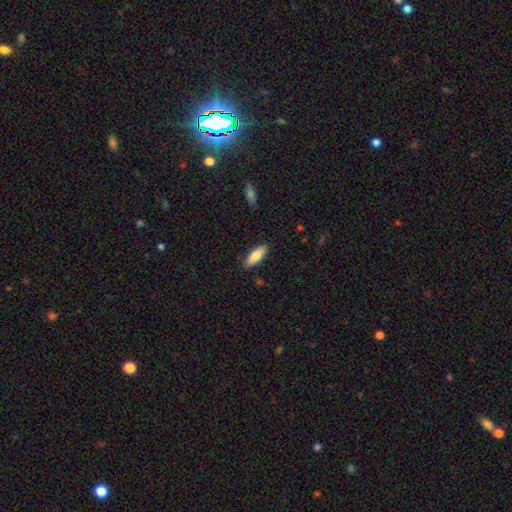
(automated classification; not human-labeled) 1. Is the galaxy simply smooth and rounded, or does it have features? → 80% smooth, 15% featured or disk, 6% star or artifact.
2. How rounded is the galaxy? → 64% in between, 34% cigar-shaped, 2% round.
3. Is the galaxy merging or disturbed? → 86% none, 11% minor disturbance, 2% major disturbance, 1% merger.